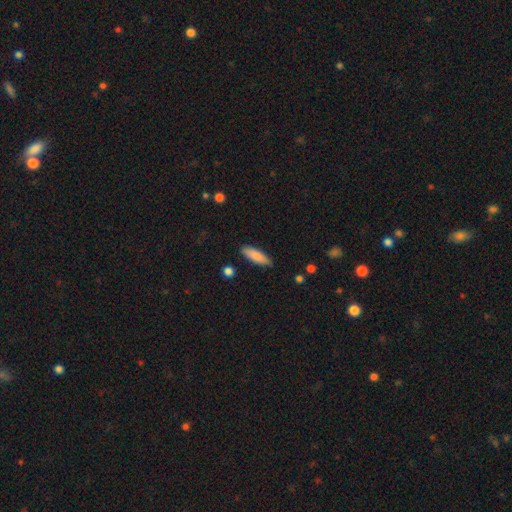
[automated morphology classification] This appears to be a smooth galaxy with no disk features (83%) that is cigar-shaped (52%). Merging: none (87%).